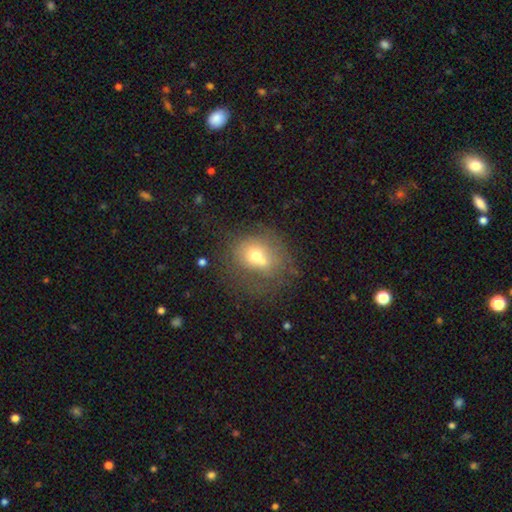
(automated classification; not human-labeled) smooth_or_featured: smooth (p=0.61) [alt: featured or disk p=0.25]
how_rounded: round (p=0.71) [alt: in between p=0.28]
merging: merger (p=0.42) [alt: none p=0.35]